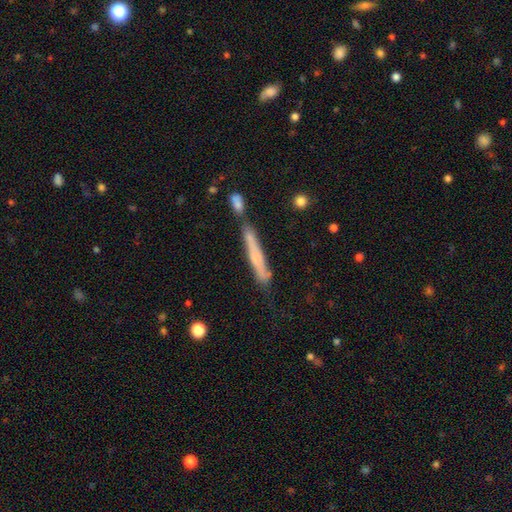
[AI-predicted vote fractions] This appears to be a smooth galaxy with no disk features (54%) that is cigar-shaped (94%). Merging: none (53%).